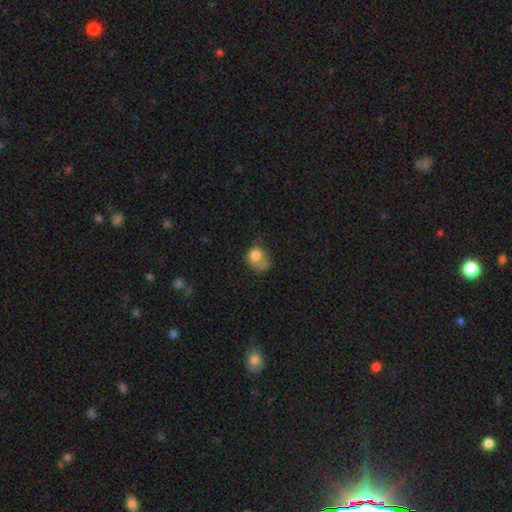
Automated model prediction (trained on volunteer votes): Smooth or featured?
  - smooth: 76% *
  - featured or disk: 15%
  - star or artifact: 10%
How rounded?
  - round: 57% *
  - in between: 42%
  - cigar-shaped: 1%
Merging?
  - major disturbance: 34% *
  - none: 29%
  - minor disturbance: 28%
  - merger: 9%